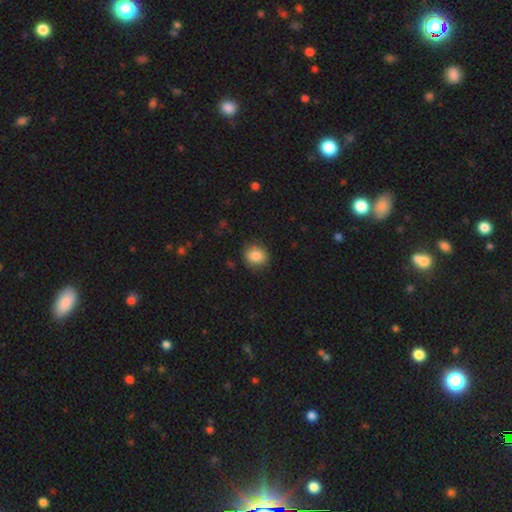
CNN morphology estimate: smooth 85%, star or artifact 9%, featured or disk 5%. Down the decision tree: how rounded — round (74%); merging — none (86%).